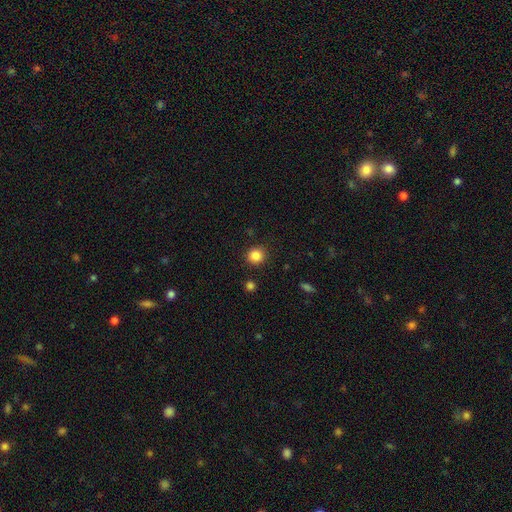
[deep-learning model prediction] smooth_or_featured: smooth (p=0.85) [alt: star or artifact p=0.11]
how_rounded: round (p=0.91) [alt: in between p=0.08]
merging: none (p=0.90) [alt: minor disturbance p=0.06]